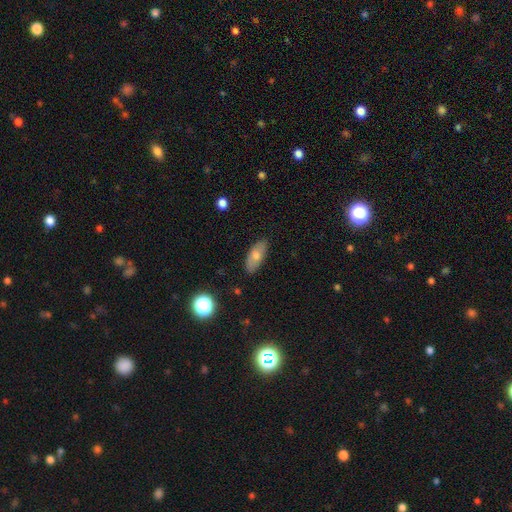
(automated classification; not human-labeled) Smooth or featured: smooth — 71% (featured or disk — 21%)
How rounded: in between — 83% (cigar-shaped — 14%)
Merging: none — 84% (minor disturbance — 12%)